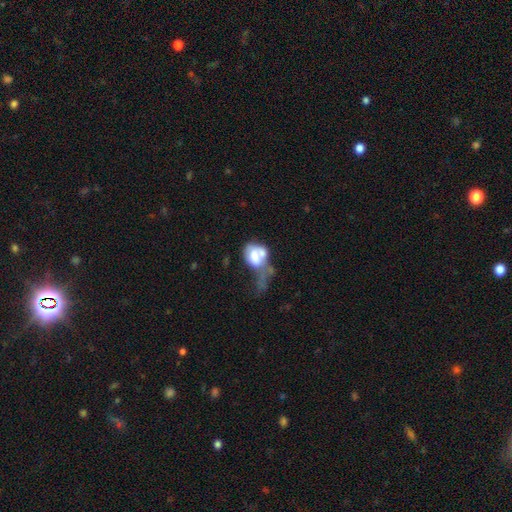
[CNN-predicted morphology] A smooth galaxy with no disk features (54%) that is in between round and cigar-shaped (69%). Merging: major disturbance (38%, tied with merger).